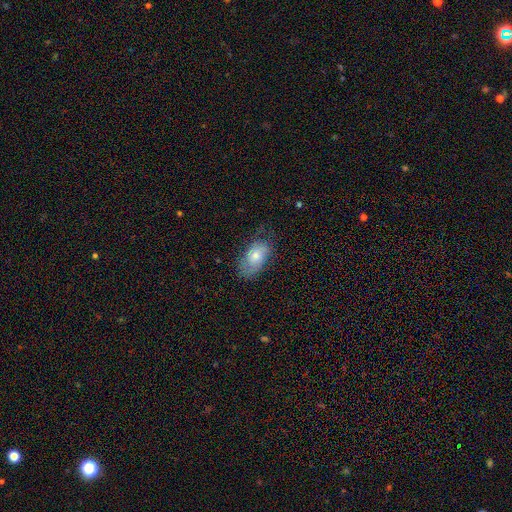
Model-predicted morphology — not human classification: A smooth galaxy with no disk features (59%) that is in between round and cigar-shaped (91%).

Vote fractions:
- Smooth or featured? smooth: 59% / featured or disk: 33% / star or artifact: 8%
- How rounded? in between: 91% / round: 6% / cigar-shaped: 2%
- Merging? none: 60% / minor disturbance: 27% / major disturbance: 12% / merger: 1%